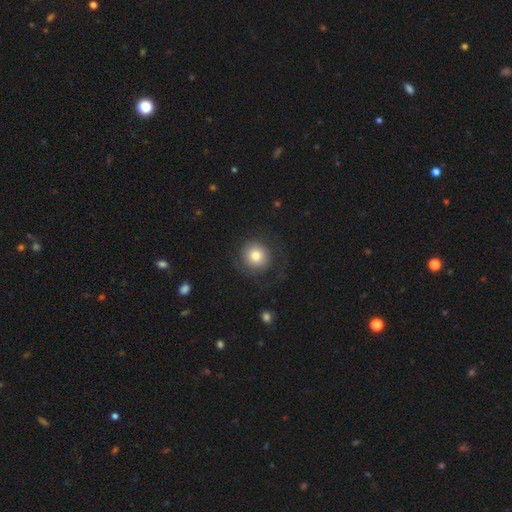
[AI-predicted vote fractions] A smooth galaxy with no disk features (69%) that is round (92%). Merging: none (71%).